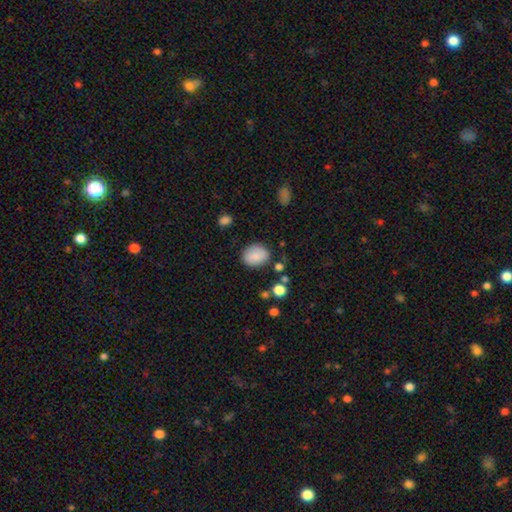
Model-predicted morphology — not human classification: Overall: smooth (83%). How rounded: in between (50%; round 49%). Merging: none (80%).